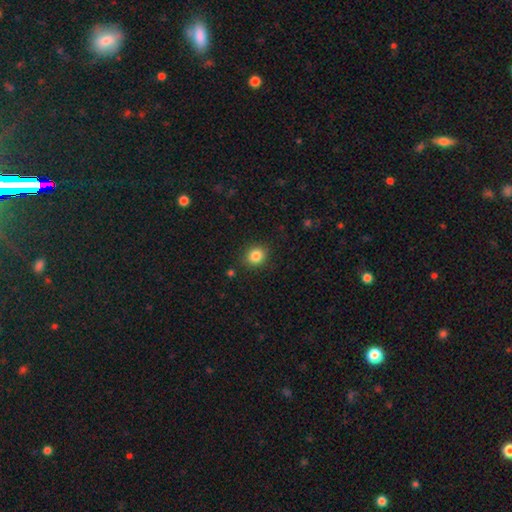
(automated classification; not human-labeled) A smooth galaxy with no disk features (85%) that is round (73%).

Vote fractions:
- Smooth or featured? smooth: 85% / star or artifact: 10% / featured or disk: 5%
- How rounded? round: 73% / in between: 26% / cigar-shaped: 1%
- Merging? none: 88% / minor disturbance: 8% / major disturbance: 3% / merger: 1%